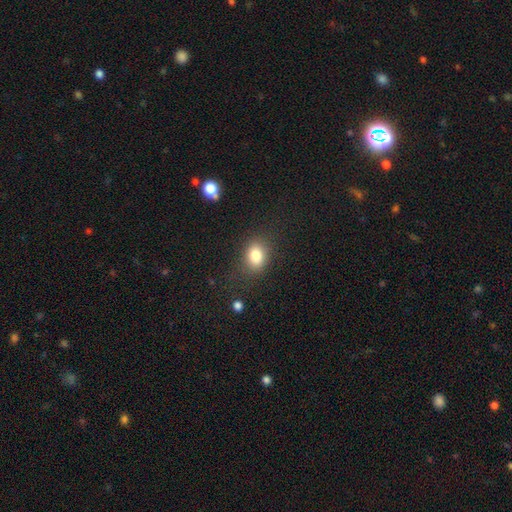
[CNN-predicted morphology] smooth-or-featured: smooth: 82% | star or artifact: 10% | featured or disk: 7%
  how-rounded: in between: 61% | round: 38% | cigar-shaped: 1%
  merging: none: 78% | minor disturbance: 14% | major disturbance: 6% | merger: 2%